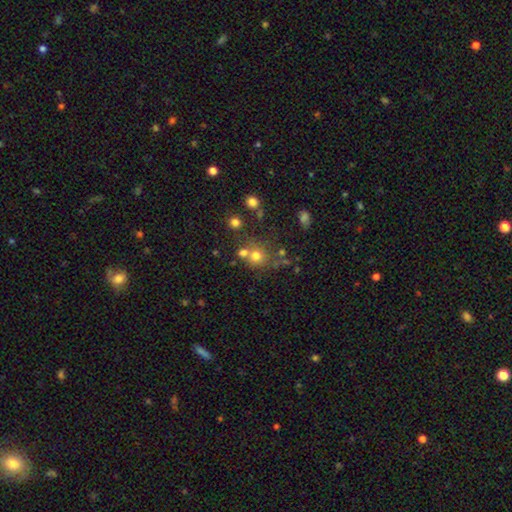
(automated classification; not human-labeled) A smooth galaxy with no disk features (70%) that is round (85%).

Vote fractions:
- Smooth or featured? smooth: 70% / star or artifact: 18% / featured or disk: 12%
- How rounded? round: 85% / in between: 14% / cigar-shaped: 1%
- Merging? none: 55% / merger: 30% / minor disturbance: 10% / major disturbance: 5%